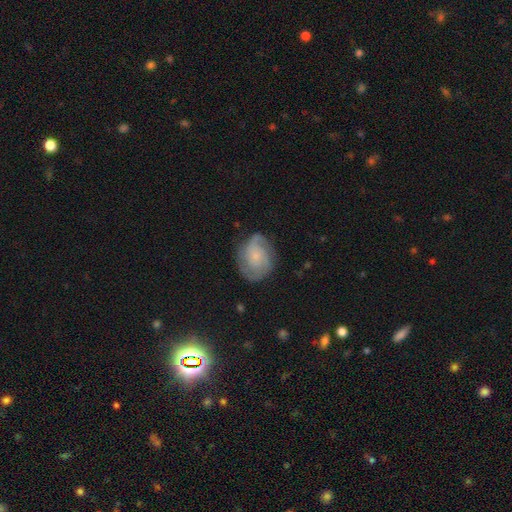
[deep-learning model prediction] Smooth or featured: featured or disk — 73% (smooth — 20%)
Edge-on disk: no — 98% (yes — 2%)
Bar: no — 74% (weak — 22%)
Spiral arms: yes — 93% (no — 7%)
Spiral winding: tight — 50% (medium — 38%)
Spiral arm count: 2 — 55% (can't tell — 19%)
Bulge size: small — 69% (moderate — 18%)
Merging: none — 73% (minor disturbance — 18%)